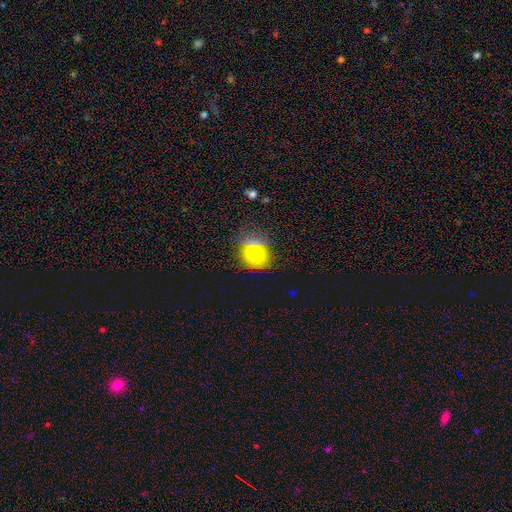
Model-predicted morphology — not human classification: smooth-or-featured: smooth: 55% | star or artifact: 26% | featured or disk: 18%
  how-rounded: round: 67% | in between: 31% | cigar-shaped: 2%
  merging: none: 57% | merger: 18% | minor disturbance: 16% | major disturbance: 8%